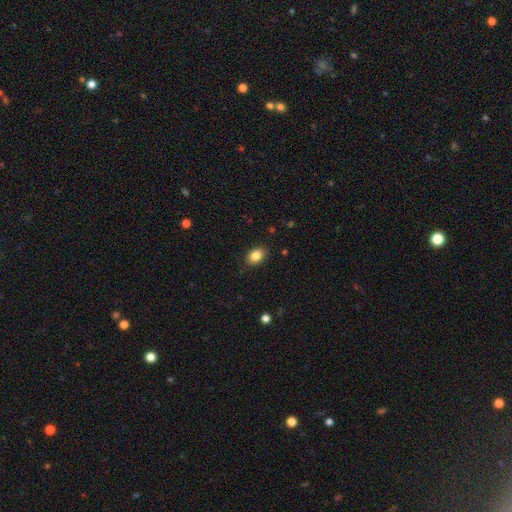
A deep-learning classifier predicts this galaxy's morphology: Smooth or featured: smooth — 85% (star or artifact — 9%)
How rounded: in between — 77% (round — 22%)
Merging: none — 86% (minor disturbance — 10%)